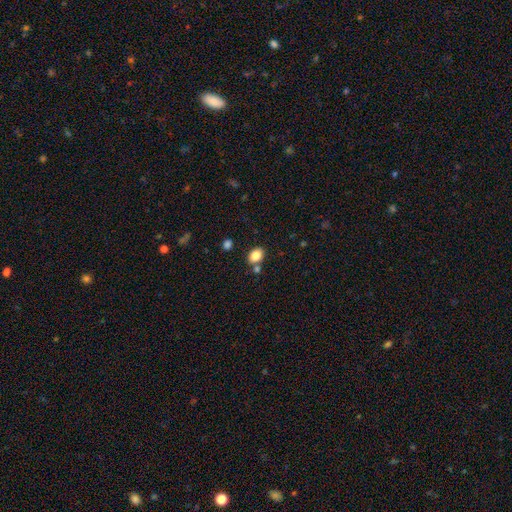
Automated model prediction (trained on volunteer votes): This is clearly a smooth galaxy (84%). How rounded: likely in between (67%). Merging: likely none (73%).